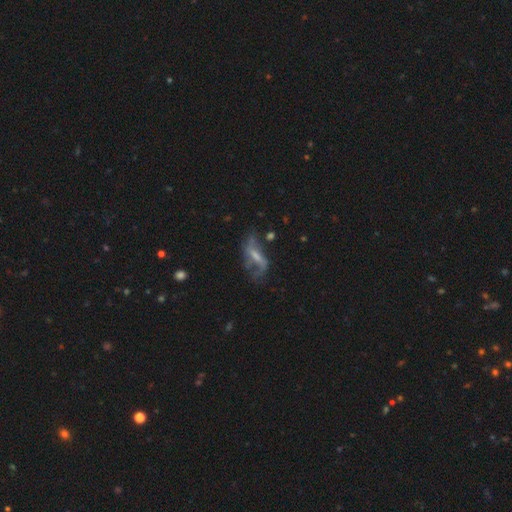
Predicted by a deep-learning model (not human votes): Smooth or featured? Predicted: featured or disk (p=0.68). Edge-on disk? Predicted: no (p=0.87). Bar? Predicted: weak (p=0.41). Spiral arms? Predicted: yes (p=0.71). Bulge size? Predicted: small (p=0.42). Merging? Predicted: none (p=0.44).